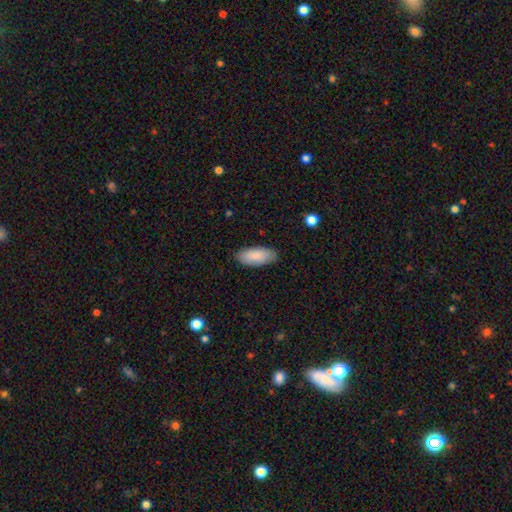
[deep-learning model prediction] Smooth or featured: smooth — 86% (featured or disk — 8%)
How rounded: in between — 88% (cigar-shaped — 10%)
Merging: none — 86% (minor disturbance — 11%)